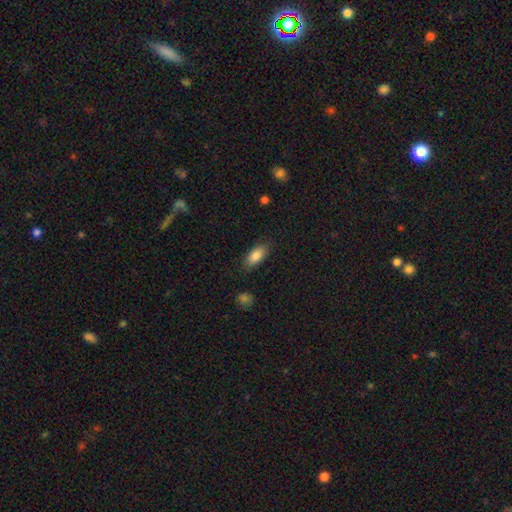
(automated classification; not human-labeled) Smooth or featured? Predicted: smooth (p=0.85). How rounded? Predicted: in between (p=0.87). Merging? Predicted: none (p=0.84).